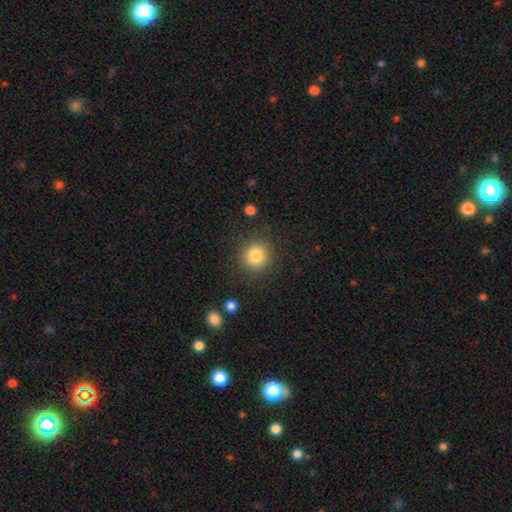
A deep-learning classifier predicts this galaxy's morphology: A smooth galaxy with no disk features (83%) that is round (91%). Merging: none (86%).